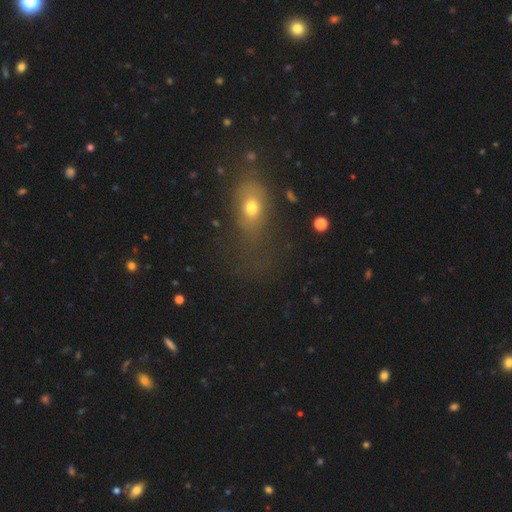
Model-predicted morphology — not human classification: The model was most divided on "smooth or featured": smooth: 52%, star or artifact: 27%, featured or disk: 21%. More confident: how rounded — in between (68%); merging — none (67%).